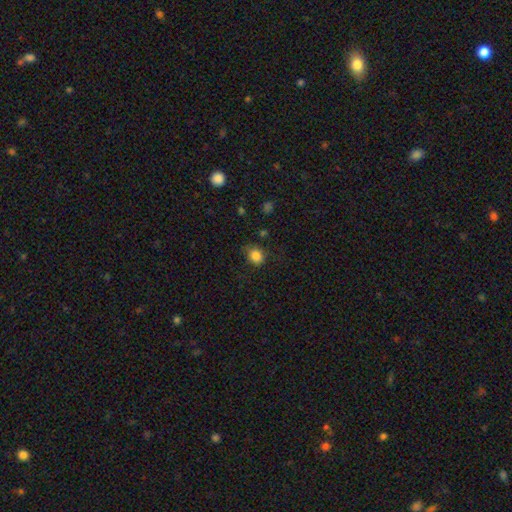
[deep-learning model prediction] Q: Smooth or featured?
A: smooth (84%); runner-up: star or artifact (10%)
Q: How rounded?
A: round (62%); runner-up: in between (37%)
Q: Merging?
A: none (64%); runner-up: minor disturbance (25%)